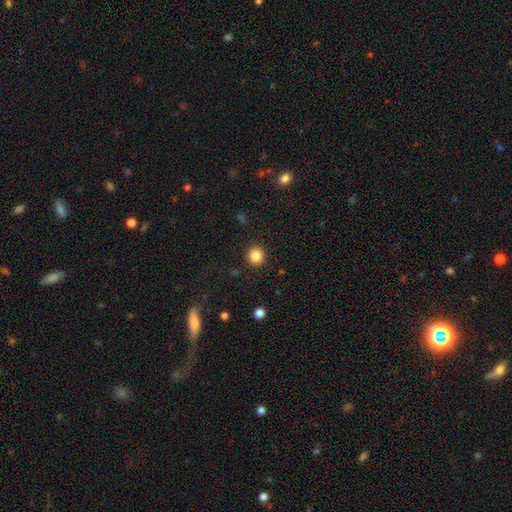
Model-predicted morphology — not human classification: smooth-or-featured: smooth: 85% | star or artifact: 10% | featured or disk: 4%
  how-rounded: round: 92% | in between: 7% | cigar-shaped: 1%
  merging: none: 91% | minor disturbance: 6% | major disturbance: 2% | merger: 1%